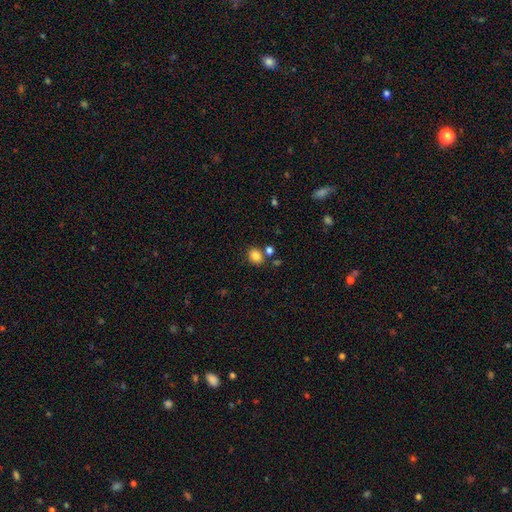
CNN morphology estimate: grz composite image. It shows a smooth galaxy with no disk features (84%) that is in between round and cigar-shaped (50%). Merging: none (72%).